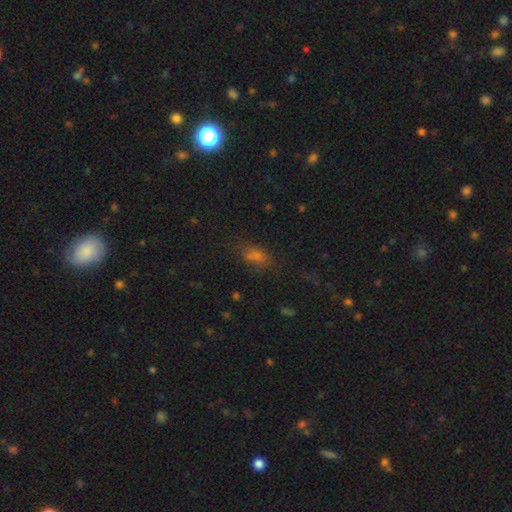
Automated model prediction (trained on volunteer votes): smooth-or-featured: smooth: 60% | star or artifact: 29% | featured or disk: 11%
  how-rounded: in between: 74% | round: 19% | cigar-shaped: 7%
  merging: none: 61% | minor disturbance: 18% | merger: 12% | major disturbance: 9%